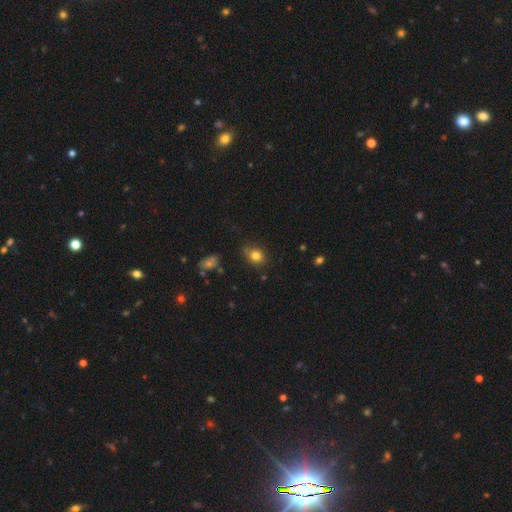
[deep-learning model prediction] Morphology: type=smooth (80%); roundness=round (50%); merging=none (70%).